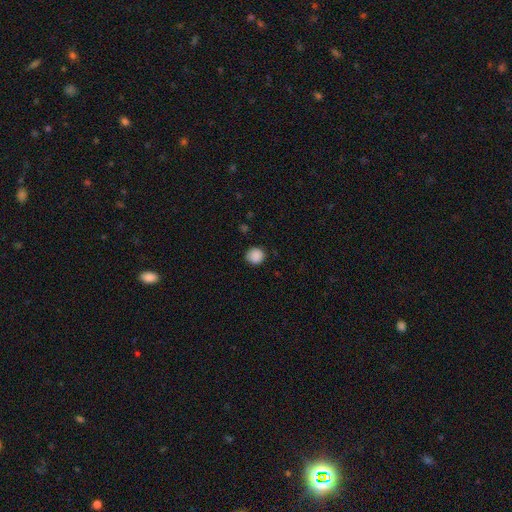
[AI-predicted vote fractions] Smooth or featured? Predicted: smooth (p=0.88). How rounded? Predicted: round (p=0.90). Merging? Predicted: none (p=0.87).